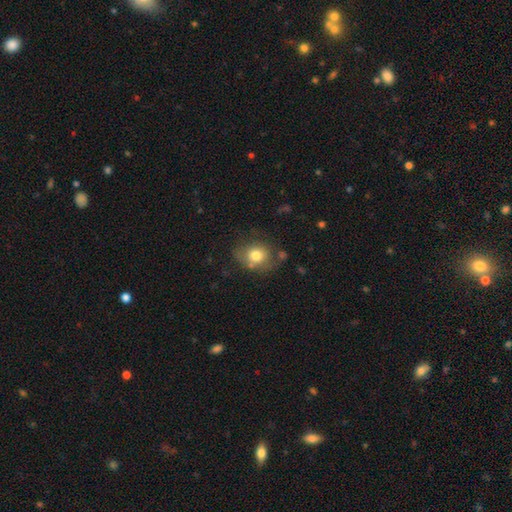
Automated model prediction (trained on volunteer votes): smooth_or_featured: smooth (p=0.75) [alt: featured or disk p=0.16]
how_rounded: round (p=0.56) [alt: in between p=0.44]
merging: none (p=0.61) [alt: minor disturbance p=0.24]